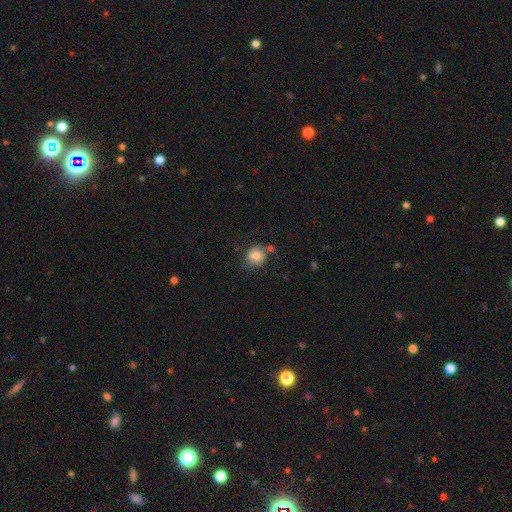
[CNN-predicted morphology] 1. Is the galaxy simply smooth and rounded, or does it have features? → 72% smooth, 19% featured or disk, 9% star or artifact.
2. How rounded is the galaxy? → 68% round, 31% in between, 1% cigar-shaped.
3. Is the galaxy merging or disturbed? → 58% none, 21% minor disturbance, 12% merger, 9% major disturbance.